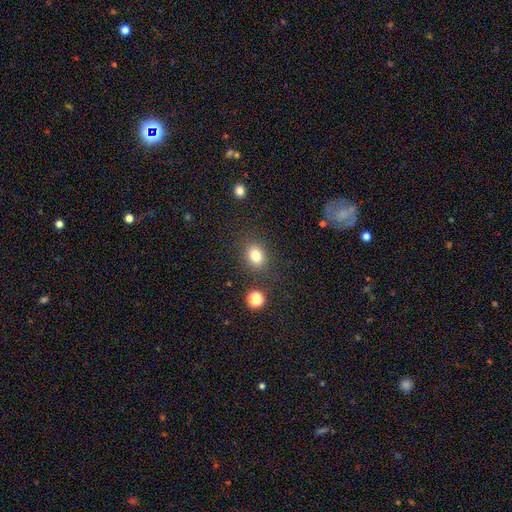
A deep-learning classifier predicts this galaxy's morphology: A smooth galaxy with no disk features (81%) that is in between round and cigar-shaped (52%).

Vote fractions:
- Smooth or featured? smooth: 81% / star or artifact: 12% / featured or disk: 8%
- How rounded? in between: 52% / round: 47% / cigar-shaped: 1%
- Merging? none: 82% / minor disturbance: 10% / major disturbance: 4% / merger: 3%